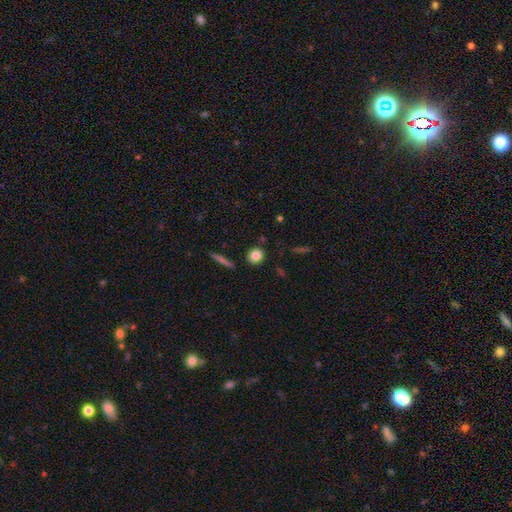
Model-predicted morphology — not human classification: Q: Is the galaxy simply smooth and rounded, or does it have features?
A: smooth — 82%.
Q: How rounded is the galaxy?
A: round — 79%.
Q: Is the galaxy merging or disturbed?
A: none — 88%.